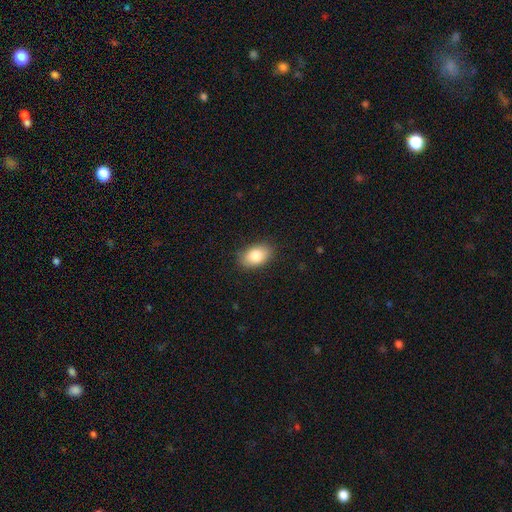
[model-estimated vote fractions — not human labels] smooth 85%, featured or disk 8%, star or artifact 7%. Down the decision tree: how rounded — in between (89%); merging — none (85%).